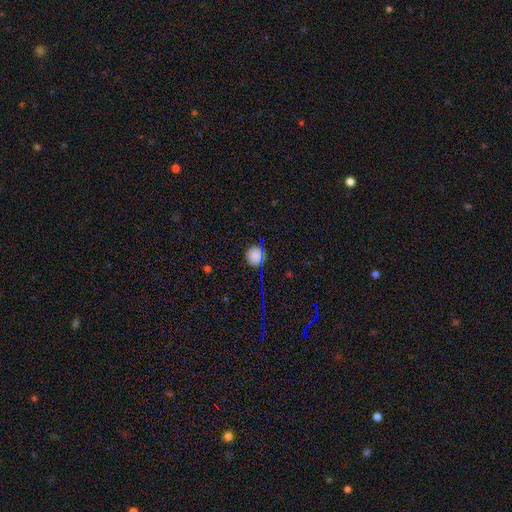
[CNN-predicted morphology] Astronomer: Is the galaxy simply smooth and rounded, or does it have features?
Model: smooth — 63%.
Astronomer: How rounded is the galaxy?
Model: round — 89%.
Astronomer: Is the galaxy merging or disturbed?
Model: none — 80%.